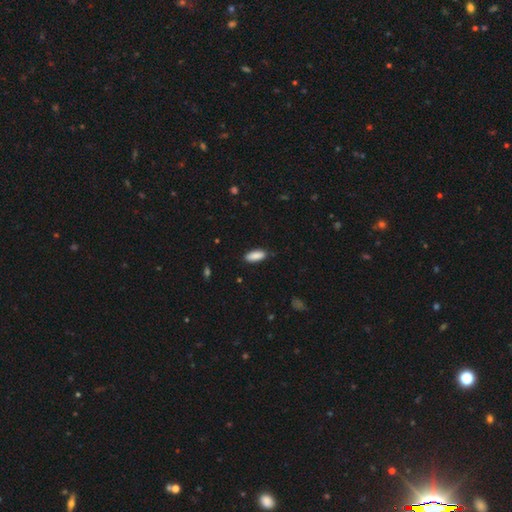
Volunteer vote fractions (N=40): Smooth or featured? smooth (98%)
How rounded? in between (77%)
Merging? none (85%)